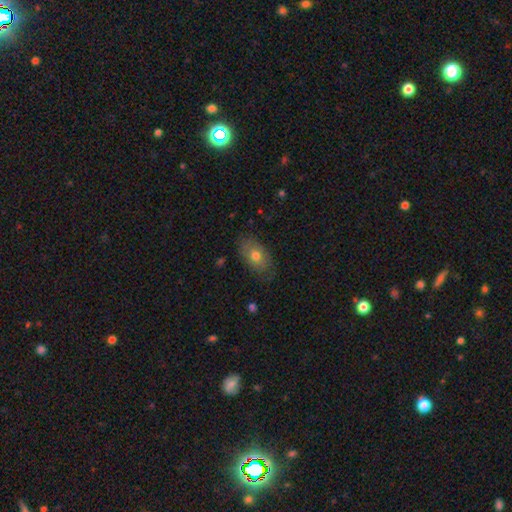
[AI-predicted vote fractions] A smooth galaxy with no disk features (65%) that is in between round and cigar-shaped (87%). Merging: none (78%).